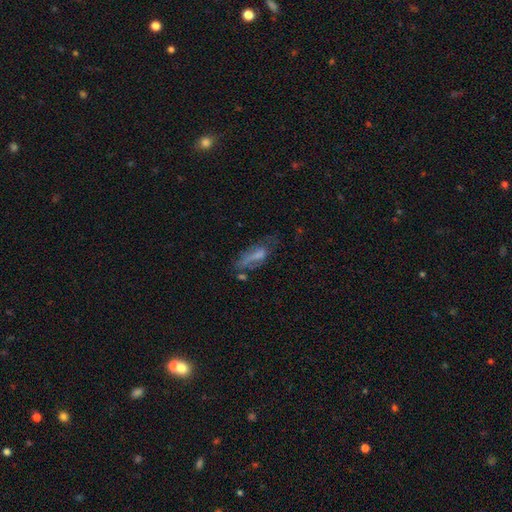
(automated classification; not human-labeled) smooth-or-featured: smooth: 53% | featured or disk: 34% | star or artifact: 13%
  how-rounded: in between: 56% | cigar-shaped: 41% | round: 3%
  merging: none: 40% | minor disturbance: 26% | major disturbance: 26% | merger: 8%